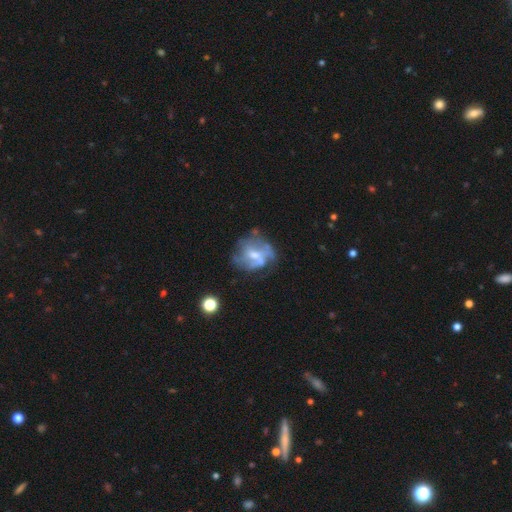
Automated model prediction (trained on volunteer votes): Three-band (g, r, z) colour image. It shows a featured or disk galaxy (66%) with no bar (53%), no spiral arms (50%, tied with yes) and a moderate central bulge (45%). Merging: none (46%).